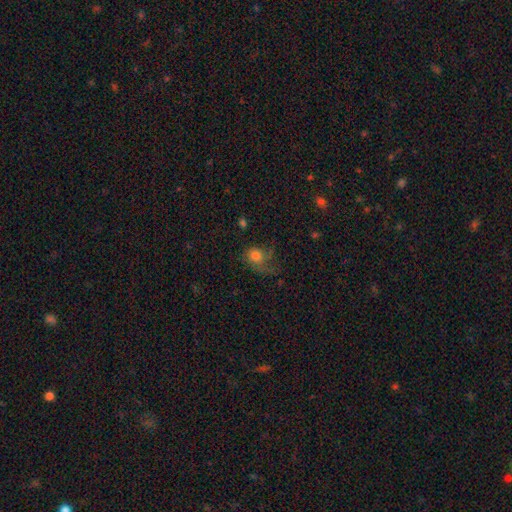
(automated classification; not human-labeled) A smooth galaxy with no disk features (62%) that is round (65%).

Vote fractions:
- Smooth or featured? smooth: 62% / featured or disk: 25% / star or artifact: 12%
- How rounded? round: 65% / in between: 34% / cigar-shaped: 1%
- Merging? major disturbance: 37% (tied) / none: 37% (tied) / minor disturbance: 23% / merger: 3%